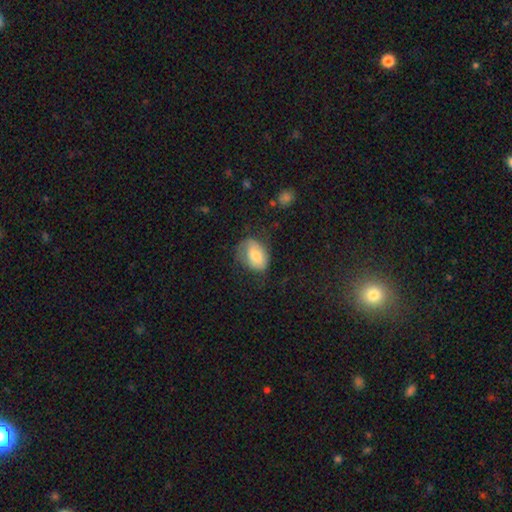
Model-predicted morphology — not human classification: A smooth galaxy with no disk features (71%) that is in between round and cigar-shaped (79%). Merging: none (54%).